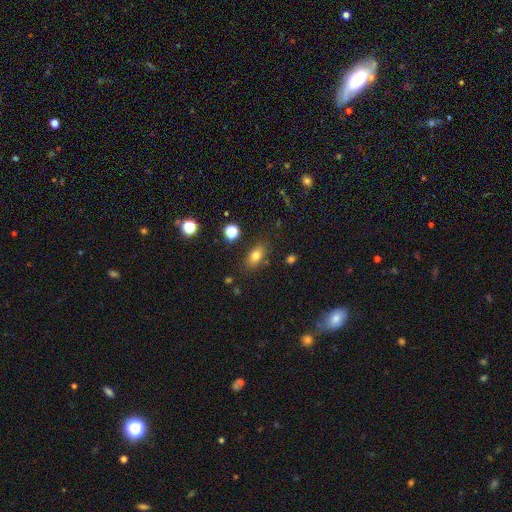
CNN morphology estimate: type=smooth (76%); roundness=in between (81%); merging=none (82%).